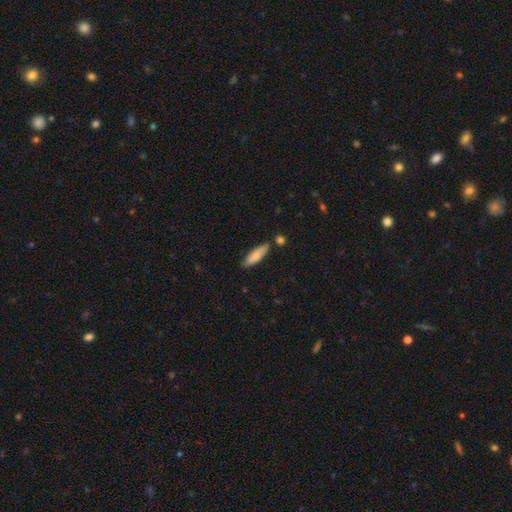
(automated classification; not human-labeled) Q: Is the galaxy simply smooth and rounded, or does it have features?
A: smooth — 75%.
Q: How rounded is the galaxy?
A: cigar-shaped — 52%.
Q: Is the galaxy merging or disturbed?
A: none — 76%.